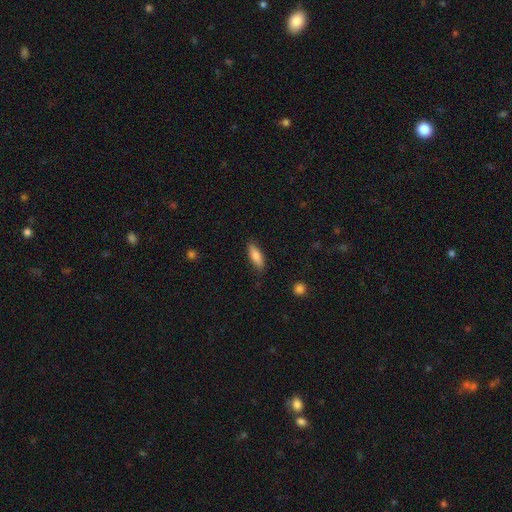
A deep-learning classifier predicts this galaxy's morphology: smooth 81%, featured or disk 12%, star or artifact 6%. Down the decision tree: how rounded — in between (60%); merging — none (81%).